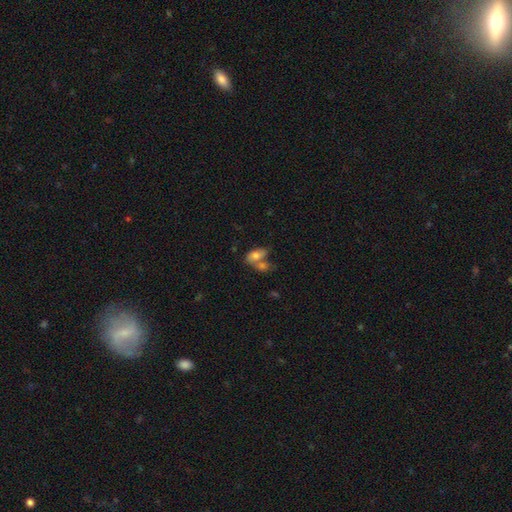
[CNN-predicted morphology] A smooth galaxy with no disk features (74%) that is in between round and cigar-shaped (87%).

Vote fractions:
- Smooth or featured? smooth: 74% / featured or disk: 17% / star or artifact: 9%
- How rounded? in between: 87% / round: 9% / cigar-shaped: 4%
- Merging? merger: 52% / none: 30% / minor disturbance: 12% / major disturbance: 7%